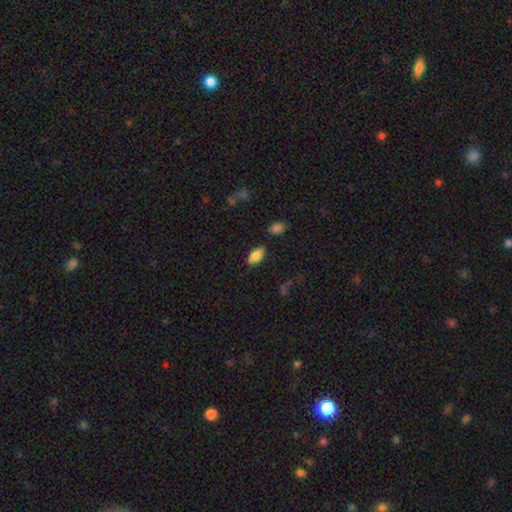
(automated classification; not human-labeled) Morphology: type=smooth (83%); roundness=in between (90%); merging=none (82%).